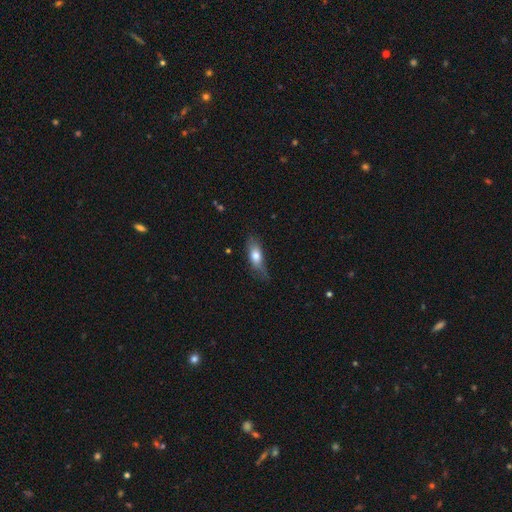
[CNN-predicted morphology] Smooth or featured: smooth — 70% (featured or disk — 23%)
How rounded: in between — 69% (cigar-shaped — 27%)
Merging: none — 56% (minor disturbance — 32%)